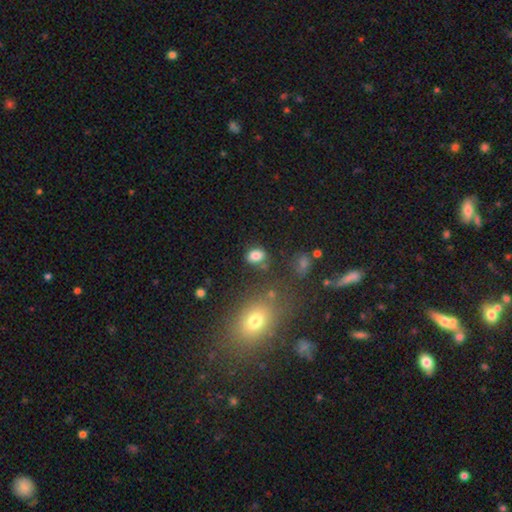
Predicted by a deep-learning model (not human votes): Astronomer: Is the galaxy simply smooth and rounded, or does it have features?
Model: smooth — 82%.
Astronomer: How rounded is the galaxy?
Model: in between — 68%.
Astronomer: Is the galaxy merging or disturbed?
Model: none — 73%.